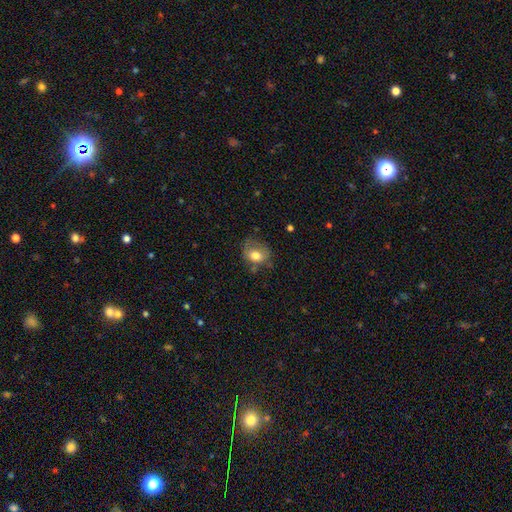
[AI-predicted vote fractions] Morphology: type=smooth (72%); roundness=in between (55%); merging=none (47%).